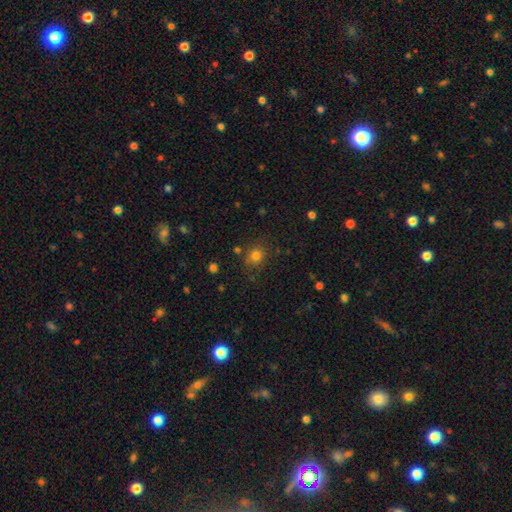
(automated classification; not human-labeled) Smooth or featured: smooth — 78% (star or artifact — 15%)
How rounded: round — 76% (in between — 23%)
Merging: none — 76% (minor disturbance — 14%)